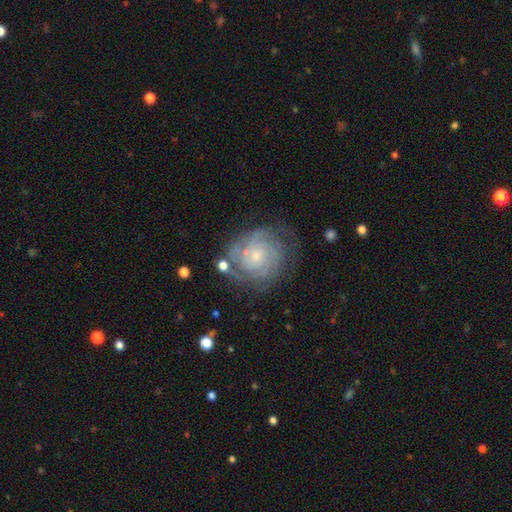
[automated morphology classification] type=featured or disk (82%); edge-on=no (98%); bar=no (77%); spiral arms=yes (95%); winding=tight (73%); arm count=can't tell (34%); bulge=small (67%); merging=none (69%).